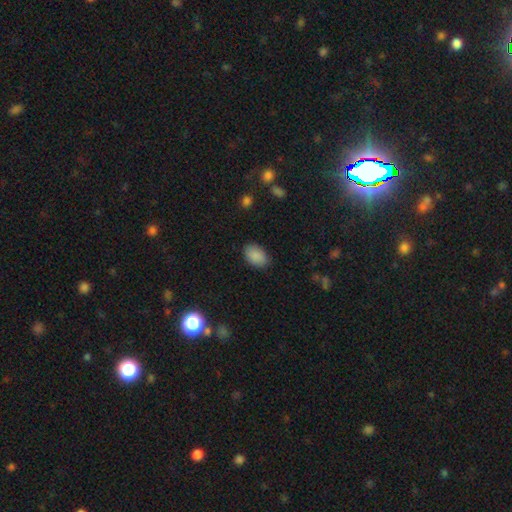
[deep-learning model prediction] Morphology: type=smooth (89%); roundness=in between (87%); merging=none (84%).